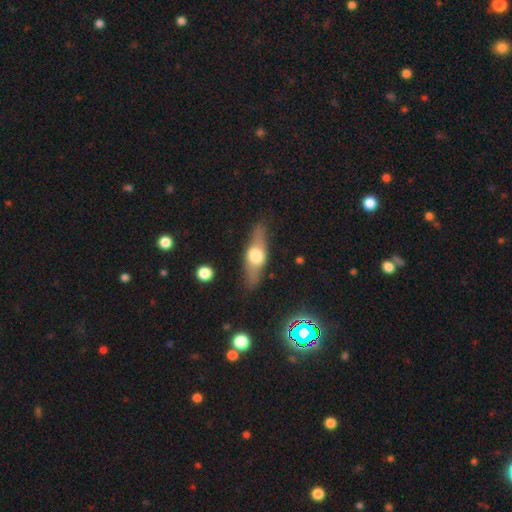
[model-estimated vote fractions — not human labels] The model was most divided on "smooth or featured": featured or disk: 56%, smooth: 37%, star or artifact: 6%. More confident: edge-on disk — yes (87%); merging — none (81%).